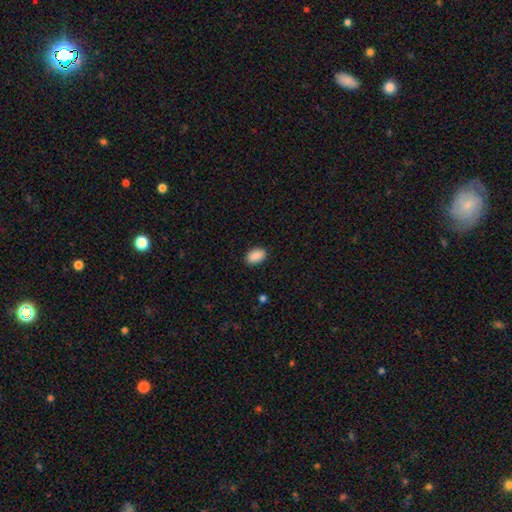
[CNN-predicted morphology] A smooth galaxy with no disk features (90%) that is in between round and cigar-shaped (91%).

Vote fractions:
- Smooth or featured? smooth: 90% / star or artifact: 7% / featured or disk: 3%
- How rounded? in between: 91% / round: 7% / cigar-shaped: 1%
- Merging? none: 89% / minor disturbance: 8% / major disturbance: 2% / merger: 1%